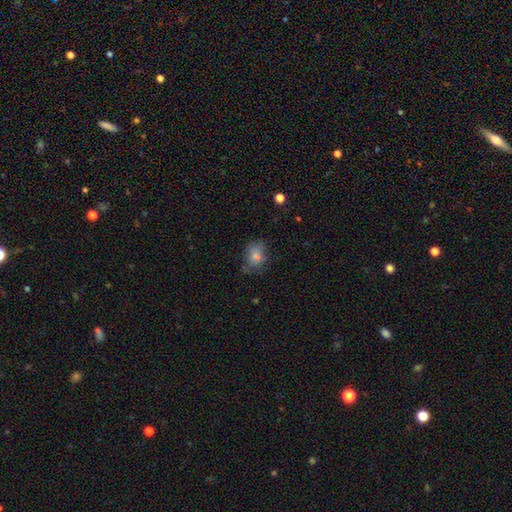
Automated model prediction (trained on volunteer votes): smooth_or_featured: smooth (p=0.80) [alt: featured or disk p=0.10]
how_rounded: in between (p=0.62) [alt: round p=0.37]
merging: none (p=0.60) [alt: minor disturbance p=0.27]